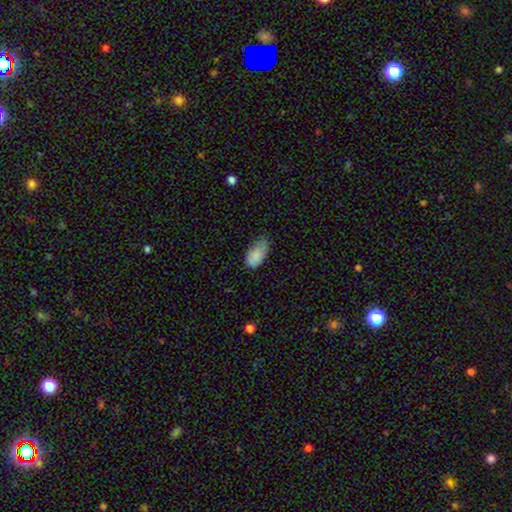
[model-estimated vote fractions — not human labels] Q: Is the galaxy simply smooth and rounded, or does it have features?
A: smooth — 87%.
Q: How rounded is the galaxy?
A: in between — 94%.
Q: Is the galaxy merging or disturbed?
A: none — 53%.